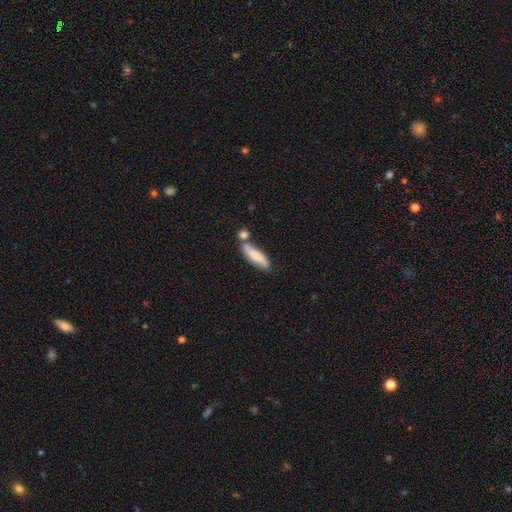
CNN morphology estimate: type=smooth (71%); roundness=cigar-shaped (63%); merging=none (64%).